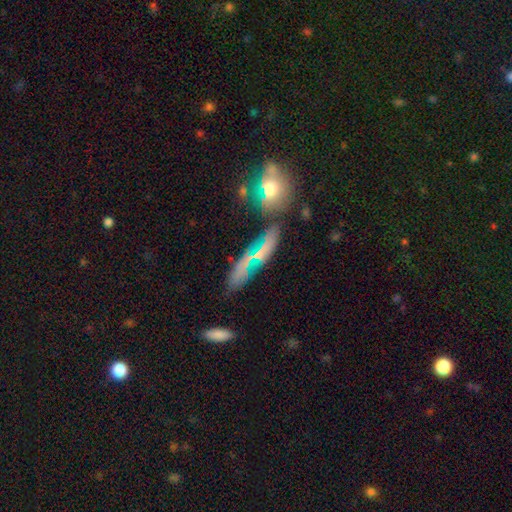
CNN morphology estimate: smooth_or_featured: featured or disk (p=0.43) [alt: smooth p=0.42]
merging: none (p=0.56) [alt: minor disturbance p=0.18]